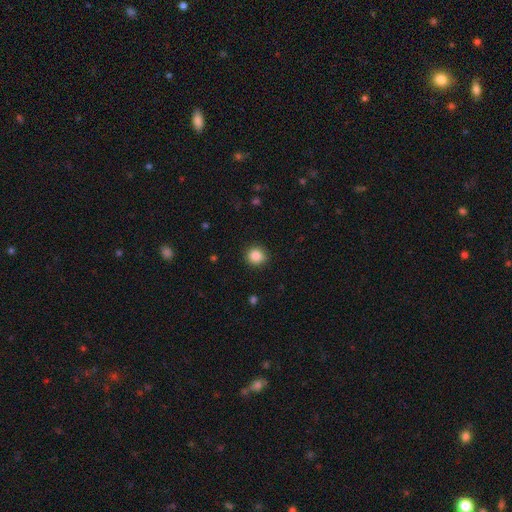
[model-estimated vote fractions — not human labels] Q: Smooth or featured?
A: smooth (87%); runner-up: star or artifact (10%)
Q: How rounded?
A: round (91%); runner-up: in between (8%)
Q: Merging?
A: none (89%); runner-up: minor disturbance (8%)